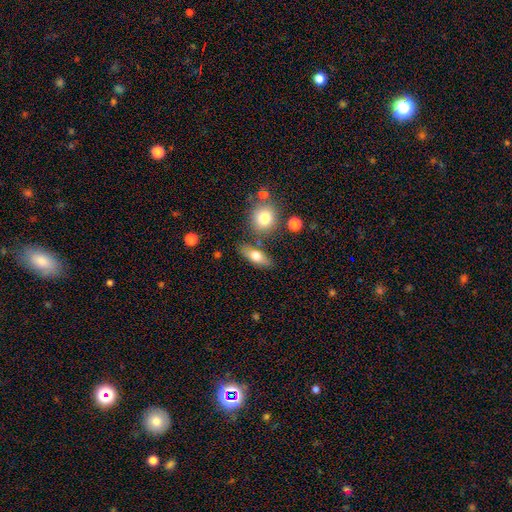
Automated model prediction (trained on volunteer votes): A smooth galaxy with no disk features (69%) that is in between round and cigar-shaped (68%). Merging: none (75%).